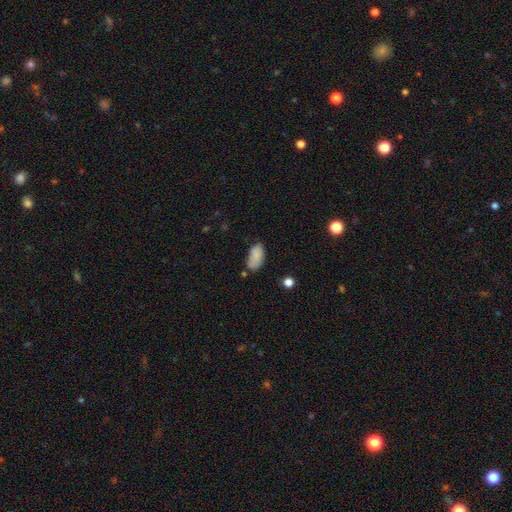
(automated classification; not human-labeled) The model was most divided on "merging": none: 61%, minor disturbance: 26%, major disturbance: 7%, merger: 6%. More confident: how rounded — in between (93%); smooth or featured — smooth (83%).